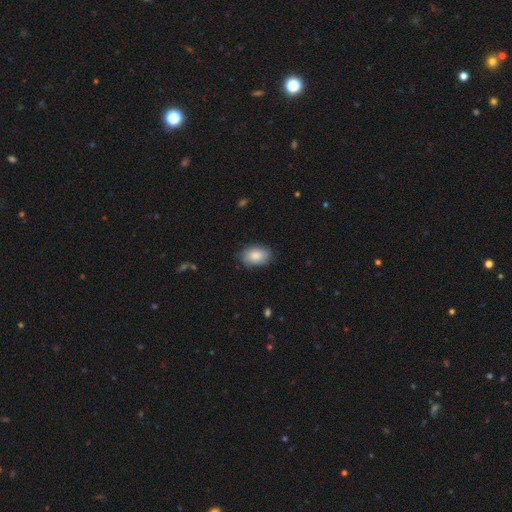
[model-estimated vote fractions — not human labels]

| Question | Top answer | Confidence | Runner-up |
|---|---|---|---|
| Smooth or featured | smooth | 79% | featured or disk (15%) |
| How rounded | in between | 86% | round (13%) |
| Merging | none | 75% | minor disturbance (20%) |